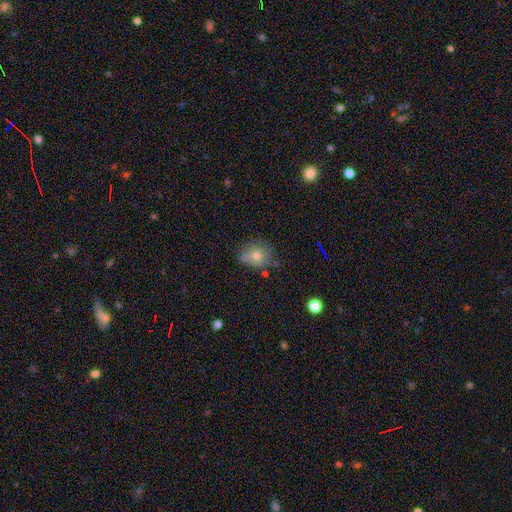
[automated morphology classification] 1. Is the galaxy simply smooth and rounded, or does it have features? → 67% smooth, 22% featured or disk, 11% star or artifact.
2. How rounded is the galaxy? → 61% round, 38% in between, 1% cigar-shaped.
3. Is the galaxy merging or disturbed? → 58% none, 27% minor disturbance, 8% major disturbance, 7% merger.